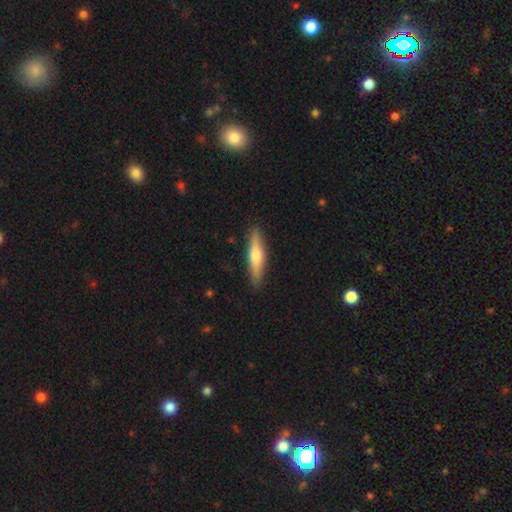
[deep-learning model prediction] This appears to be a smooth galaxy with no disk features (51%) that is cigar-shaped (83%). Merging: none (90%).